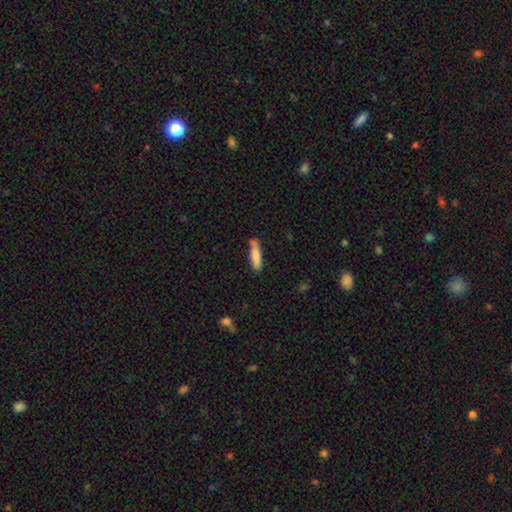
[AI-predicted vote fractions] Morphology: type=smooth (81%); roundness=cigar-shaped (76%); merging=none (67%).